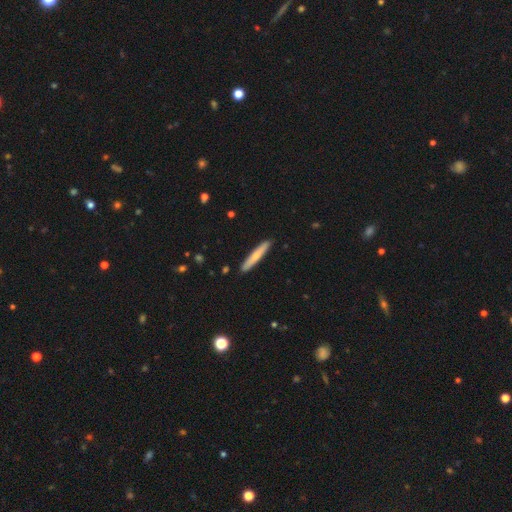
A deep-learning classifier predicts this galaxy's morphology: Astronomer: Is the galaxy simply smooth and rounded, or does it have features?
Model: smooth — 65%.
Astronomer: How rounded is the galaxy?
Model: cigar-shaped — 94%.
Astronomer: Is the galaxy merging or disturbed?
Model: none — 91%.